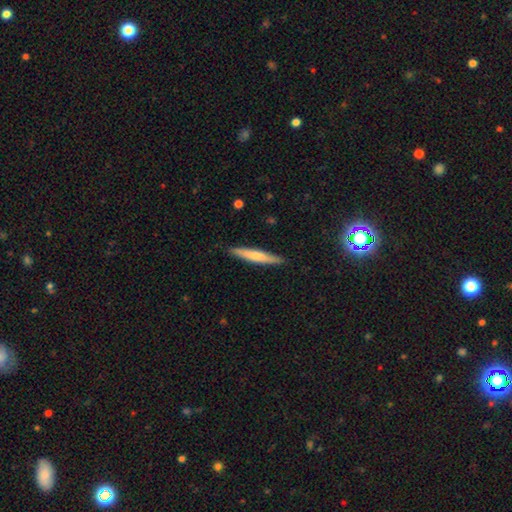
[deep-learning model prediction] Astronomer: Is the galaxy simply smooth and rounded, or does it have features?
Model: smooth — 61%.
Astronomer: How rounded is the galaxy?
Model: cigar-shaped — 94%.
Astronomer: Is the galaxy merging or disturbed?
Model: none — 89%.